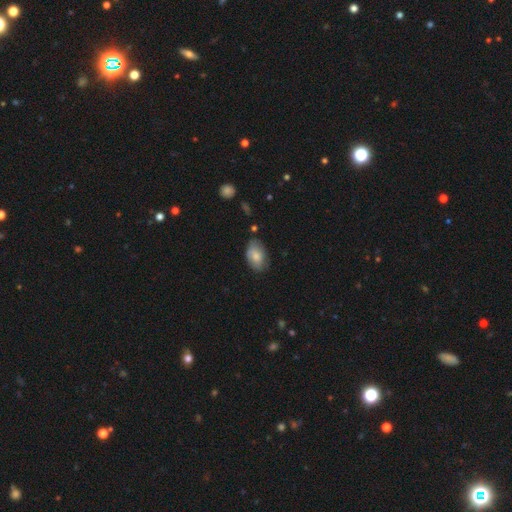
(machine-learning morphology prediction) This is likely a smooth galaxy (78%). How rounded: clearly in between (91%). Merging: likely none (68%).